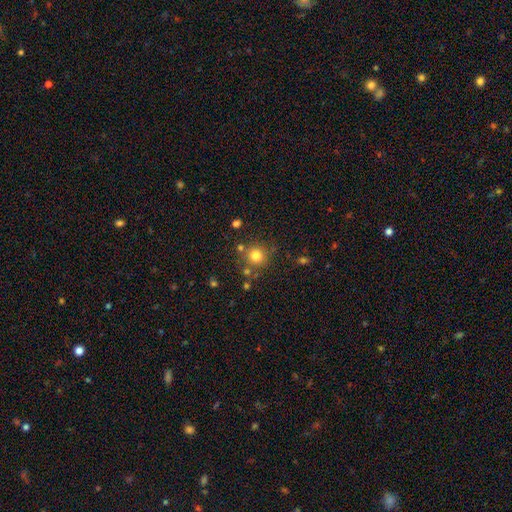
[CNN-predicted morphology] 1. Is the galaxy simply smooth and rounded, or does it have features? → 78% smooth, 14% star or artifact, 8% featured or disk.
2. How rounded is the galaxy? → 92% round, 7% in between, 1% cigar-shaped.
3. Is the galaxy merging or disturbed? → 78% none, 9% minor disturbance, 9% merger, 4% major disturbance.